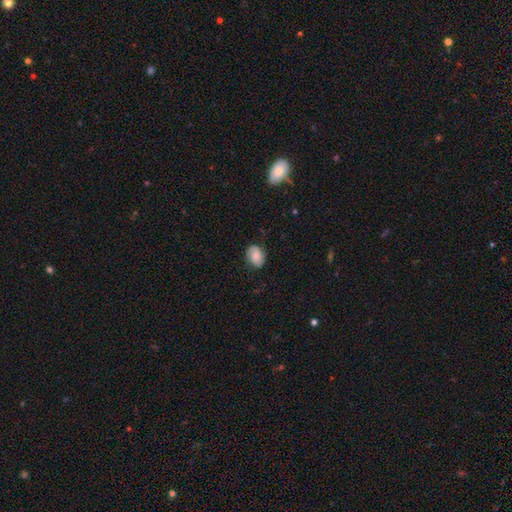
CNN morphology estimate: Smooth or featured? featured or disk (48%)
Merging? none (78%)